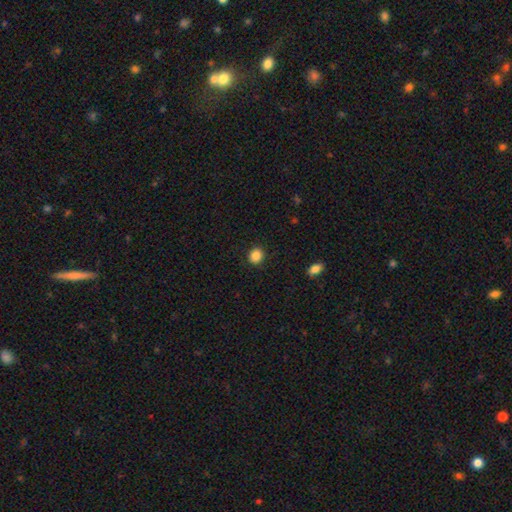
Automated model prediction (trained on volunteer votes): A smooth galaxy with no disk features (86%) that is round (80%).

Vote fractions:
- Smooth or featured? smooth: 86% / star or artifact: 10% / featured or disk: 4%
- How rounded? round: 80% / in between: 19% / cigar-shaped: 1%
- Merging? none: 90% / minor disturbance: 7% / major disturbance: 2% / merger: 1%